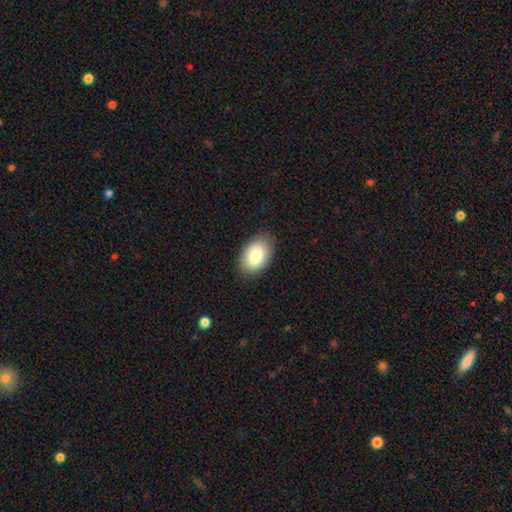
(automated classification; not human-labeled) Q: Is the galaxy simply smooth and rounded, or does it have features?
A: smooth — 82%.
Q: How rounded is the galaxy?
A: in between — 91%.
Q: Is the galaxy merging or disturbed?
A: none — 85%.